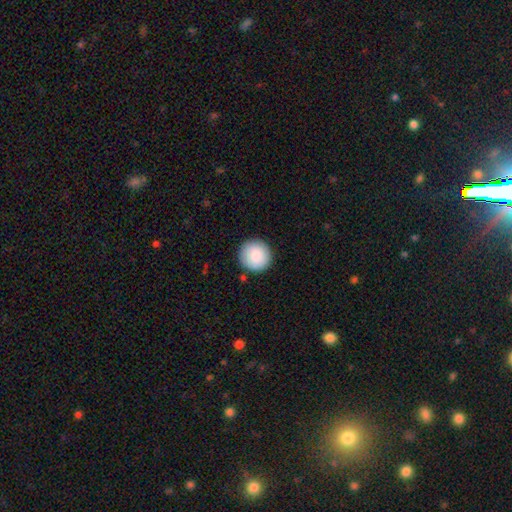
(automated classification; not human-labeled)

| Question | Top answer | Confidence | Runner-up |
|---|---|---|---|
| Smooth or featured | smooth | 87% | star or artifact (7%) |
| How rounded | round | 96% | in between (3%) |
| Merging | none | 90% | minor disturbance (7%) |